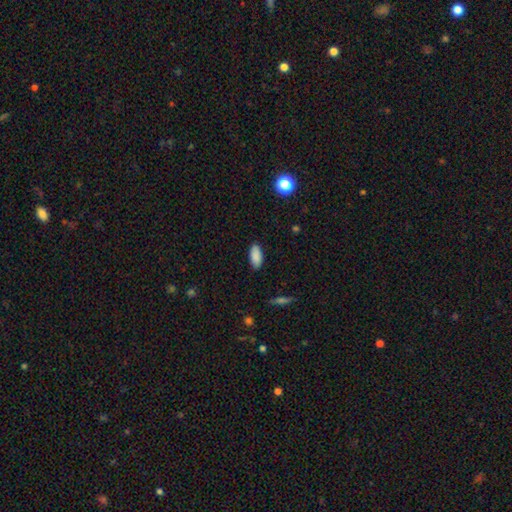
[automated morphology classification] Overall: smooth (88%). How rounded: in between (89%). Merging: none (87%).